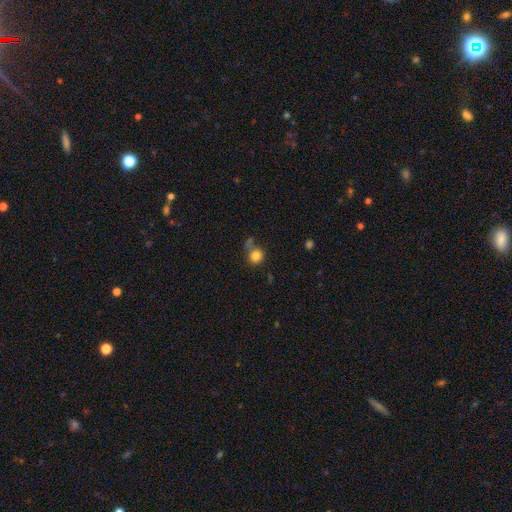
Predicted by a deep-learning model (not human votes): smooth 82%, star or artifact 11%, featured or disk 7%. Down the decision tree: how rounded — round (87%); merging — none (59%).